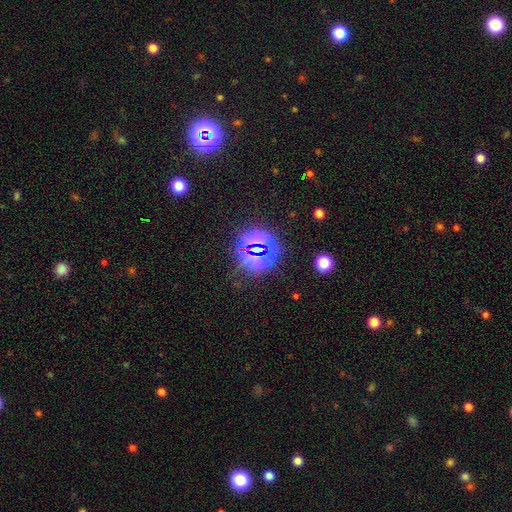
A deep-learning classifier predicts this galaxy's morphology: smooth-or-featured: star or artifact: 78% | smooth: 14% | featured or disk: 8%